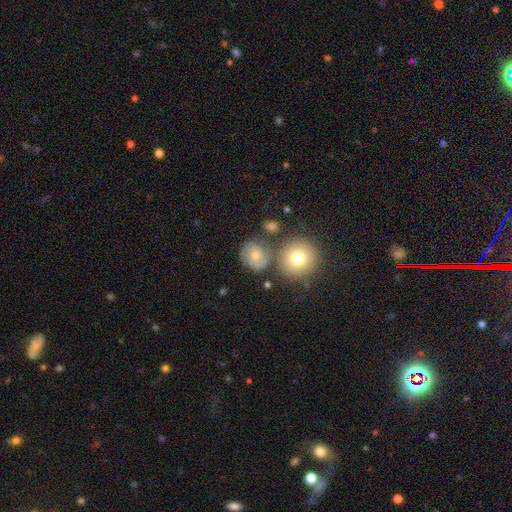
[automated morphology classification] This is possibly a featured or disk galaxy (50%). Merging: likely none (64%).